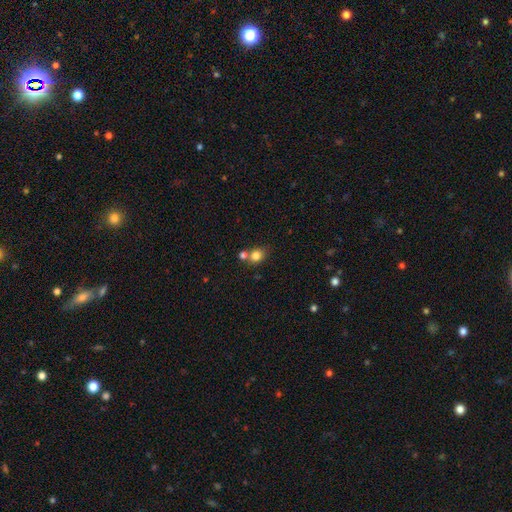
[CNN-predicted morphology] The model was most divided on "merging": none: 52%, merger: 33%, minor disturbance: 11%, major disturbance: 4%. More confident: smooth or featured — smooth (81%); how rounded — round (65%).